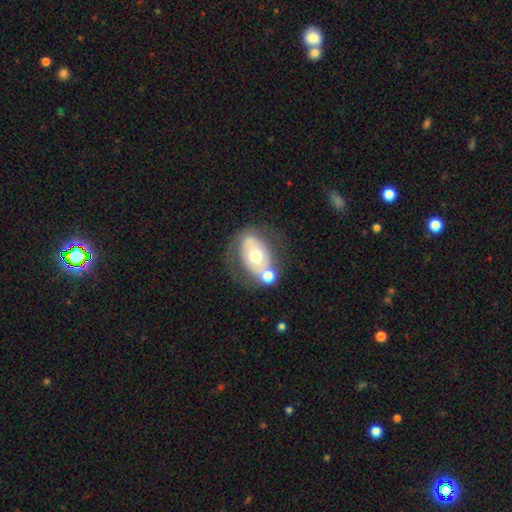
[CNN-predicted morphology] smooth_or_featured: featured or disk (p=0.49) [alt: smooth p=0.43]
merging: none (p=0.49) [alt: merger p=0.23]